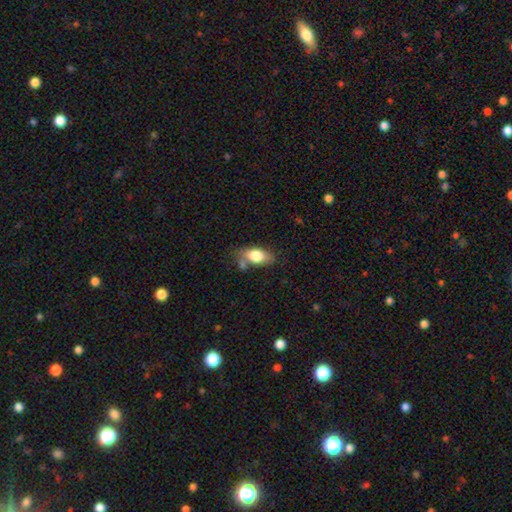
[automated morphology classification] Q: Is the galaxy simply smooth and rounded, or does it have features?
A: smooth — 76%.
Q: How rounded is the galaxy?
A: in between — 86%.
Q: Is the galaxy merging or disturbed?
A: none — 56%.